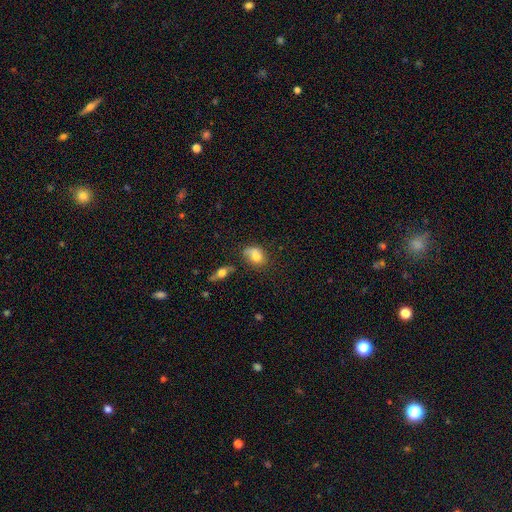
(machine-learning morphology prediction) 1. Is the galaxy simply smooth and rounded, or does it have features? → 74% smooth, 16% featured or disk, 10% star or artifact.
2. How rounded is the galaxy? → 64% in between, 35% round, 2% cigar-shaped.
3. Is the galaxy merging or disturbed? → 45% none, 26% minor disturbance, 17% merger, 12% major disturbance.